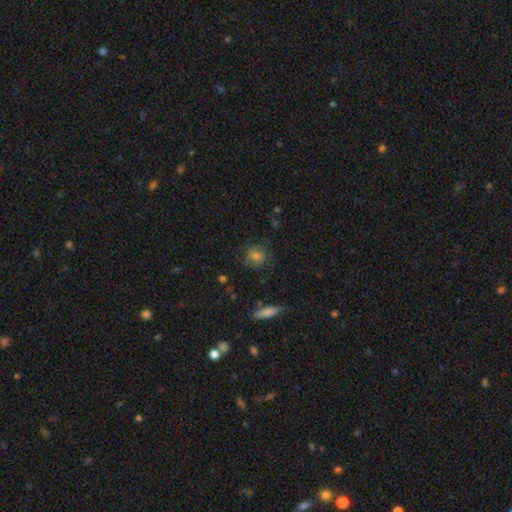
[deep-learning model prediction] Smooth or featured: smooth — 69% (featured or disk — 16%)
How rounded: round — 75% (in between — 23%)
Merging: none — 77% (minor disturbance — 16%)